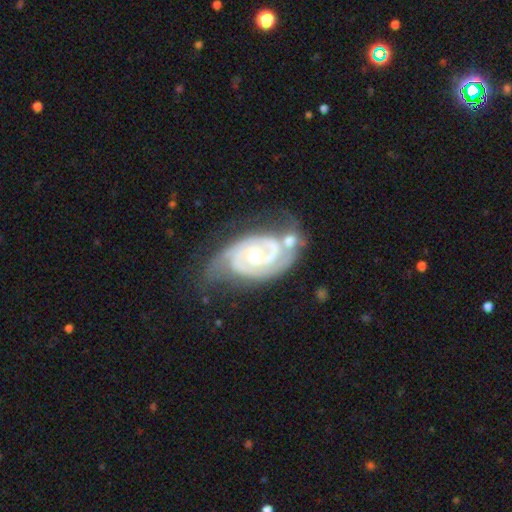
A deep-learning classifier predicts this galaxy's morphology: Smooth or featured: featured or disk — 90% (smooth — 6%)
Edge-on disk: no — 97% (yes — 3%)
Bar: no — 62% (weak — 30%)
Spiral arms: yes — 97% (no — 3%)
Spiral winding: tight — 63% (medium — 31%)
Spiral arm count: 2 — 74% (3 — 9%)
Bulge size: moderate — 63% (small — 32%)
Merging: none — 43% (minor disturbance — 25%)